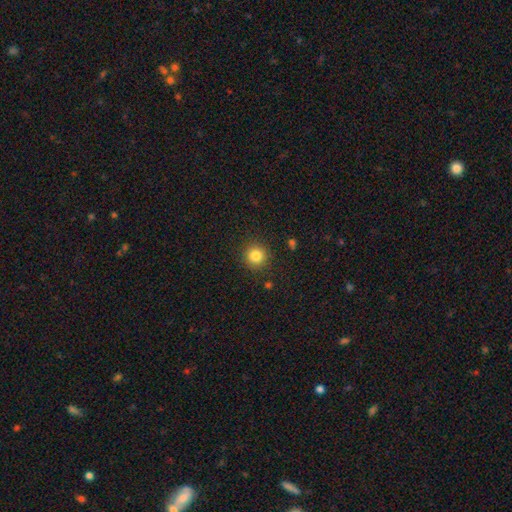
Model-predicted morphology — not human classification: Smooth or featured: smooth — 84% (star or artifact — 11%)
How rounded: round — 93% (in between — 6%)
Merging: none — 90% (minor disturbance — 6%)